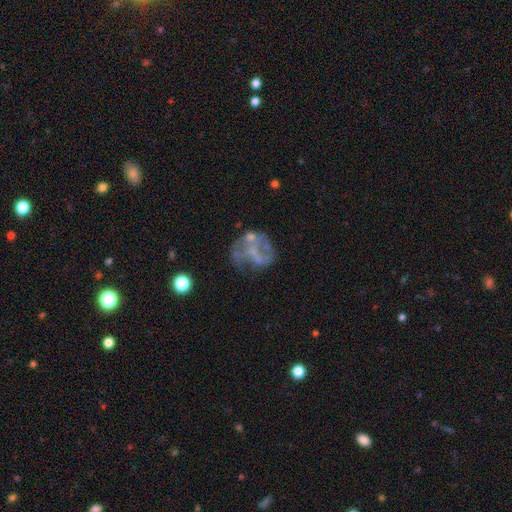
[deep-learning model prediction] A featured or disk galaxy (63%) with no bar (79%), no spiral arms (77%) and no central bulge (70%). Merging: none (43%).